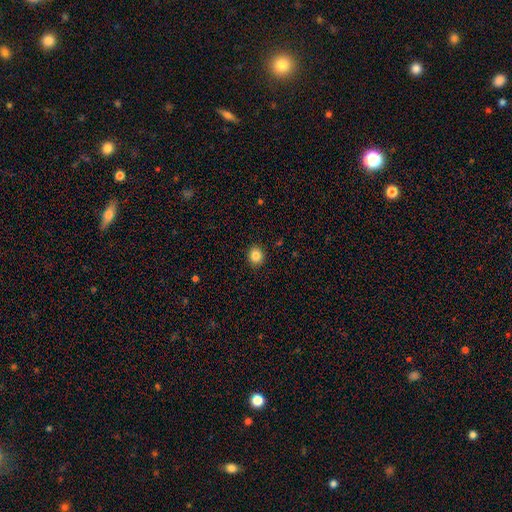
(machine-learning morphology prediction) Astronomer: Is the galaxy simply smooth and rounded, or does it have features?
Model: smooth — 85%.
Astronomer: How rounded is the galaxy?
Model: round — 79%.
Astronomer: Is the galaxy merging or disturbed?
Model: none — 91%.